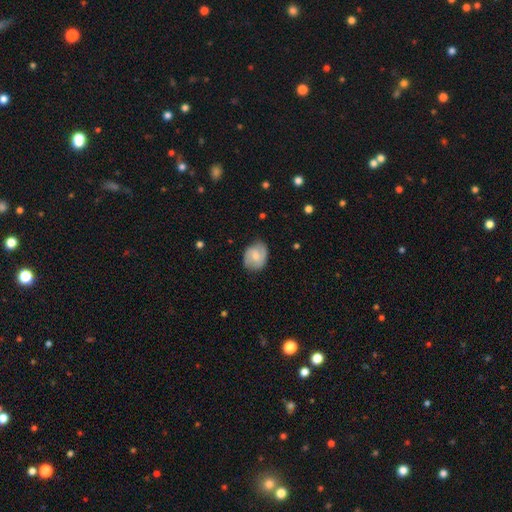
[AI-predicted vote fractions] smooth 59%, featured or disk 34%, star or artifact 7%. Down the decision tree: how rounded — in between (50%); merging — none (72%).